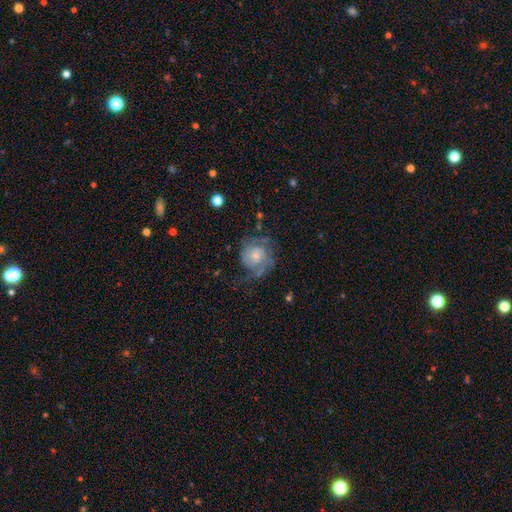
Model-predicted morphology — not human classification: Smooth or featured? featured or disk (73%)
Edge-on disk? no (98%)
Bar? no (74%)
Spiral arms? yes (89%)
Spiral winding? medium (40%)
Spiral arm count? 2 (57%)
Bulge size? small (44%)
Merging? none (53%)